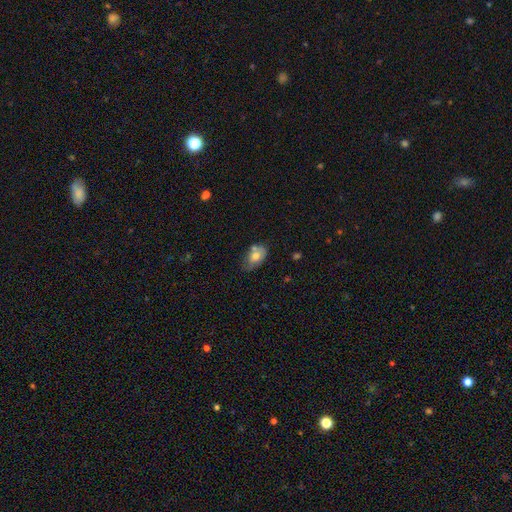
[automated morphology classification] Smooth or featured? smooth (69%)
How rounded? in between (86%)
Merging? none (50%)